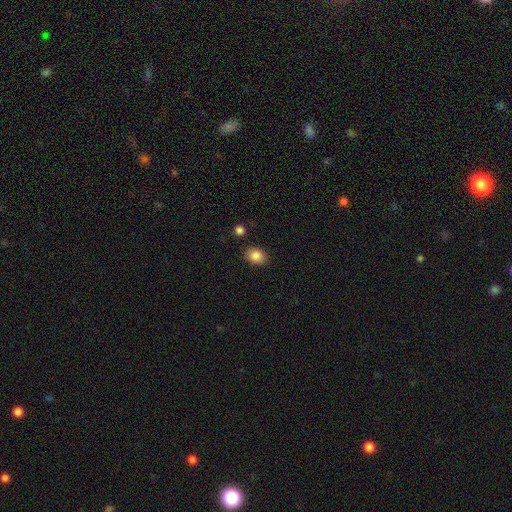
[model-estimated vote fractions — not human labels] smooth 86%, star or artifact 9%, featured or disk 6%. Down the decision tree: how rounded — in between (62%); merging — none (85%).